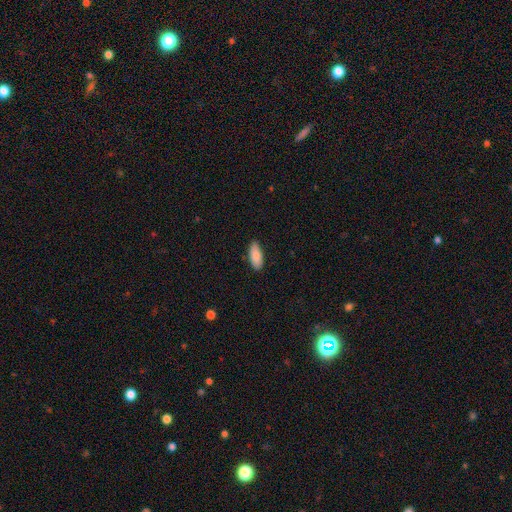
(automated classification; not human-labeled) Smooth or featured? Predicted: smooth (p=0.88). How rounded? Predicted: in between (p=0.81). Merging? Predicted: none (p=0.84).